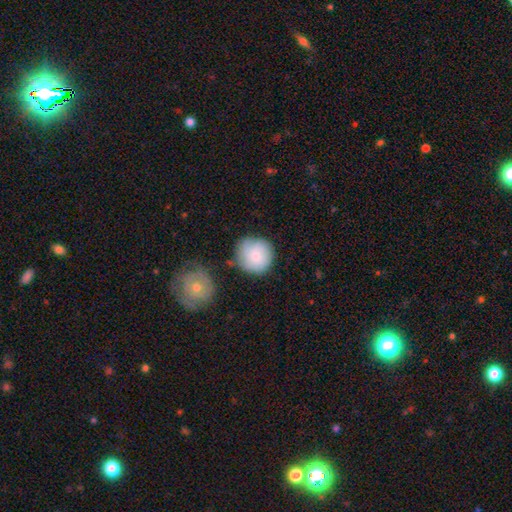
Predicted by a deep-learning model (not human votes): Smooth or featured? Predicted: smooth (p=0.77). How rounded? Predicted: round (p=0.91). Merging? Predicted: none (p=0.68).